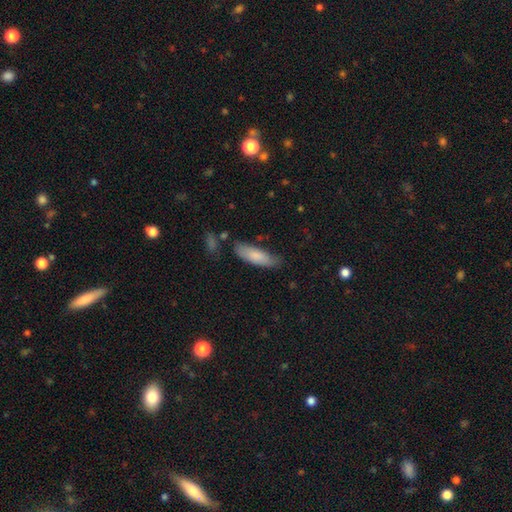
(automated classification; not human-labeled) Morphology: type=smooth (82%); roundness=in between (58%); merging=none (68%).